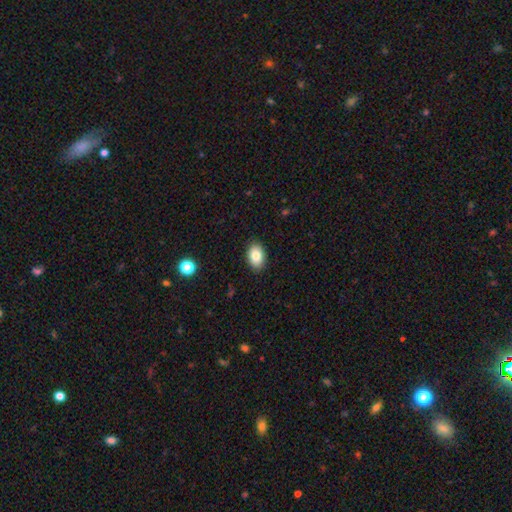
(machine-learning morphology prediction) Smooth or featured?
  - smooth: 86% *
  - star or artifact: 8%
  - featured or disk: 7%
How rounded?
  - in between: 89% *
  - round: 10%
  - cigar-shaped: 1%
Merging?
  - none: 89% *
  - minor disturbance: 8%
  - major disturbance: 2%
  - merger: 1%